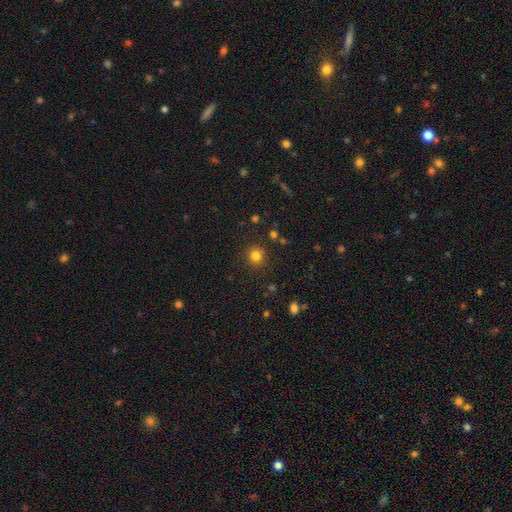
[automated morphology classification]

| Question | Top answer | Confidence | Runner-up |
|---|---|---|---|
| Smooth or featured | smooth | 80% | star or artifact (15%) |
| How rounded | round | 89% | in between (10%) |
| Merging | none | 87% | minor disturbance (7%) |